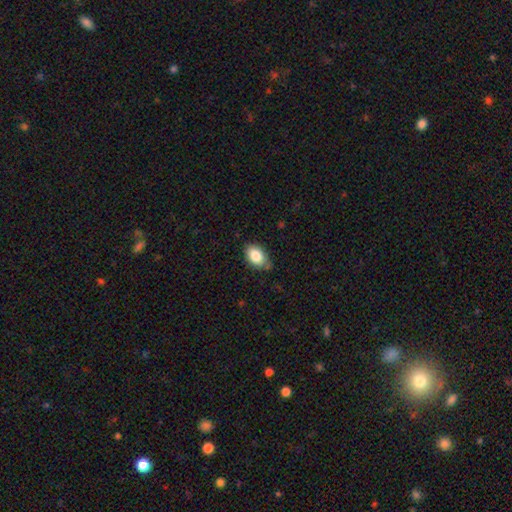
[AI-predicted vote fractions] Morphology: type=smooth (85%); roundness=in between (89%); merging=none (73%).